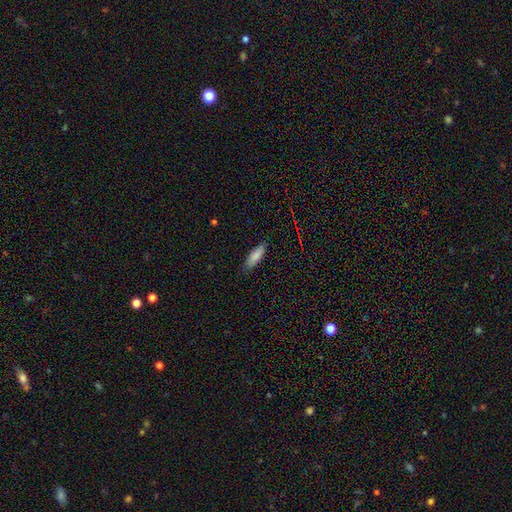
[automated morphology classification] smooth_or_featured: smooth (p=0.83) [alt: featured or disk p=0.10]
how_rounded: in between (p=0.53) [alt: cigar-shaped p=0.45]
merging: none (p=0.83) [alt: minor disturbance p=0.14]